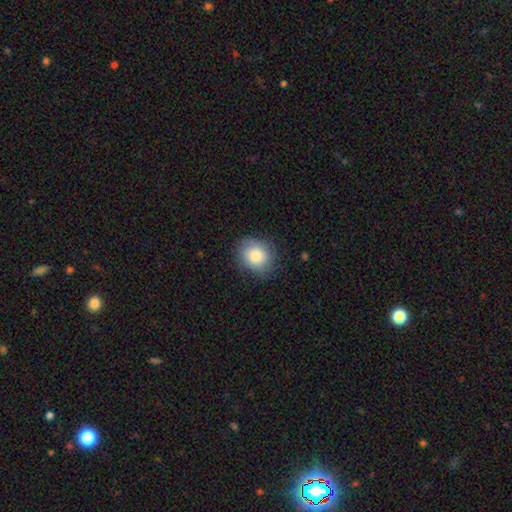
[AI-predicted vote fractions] smooth 78%, featured or disk 14%, star or artifact 8%. Down the decision tree: how rounded — round (69%); merging — none (78%).